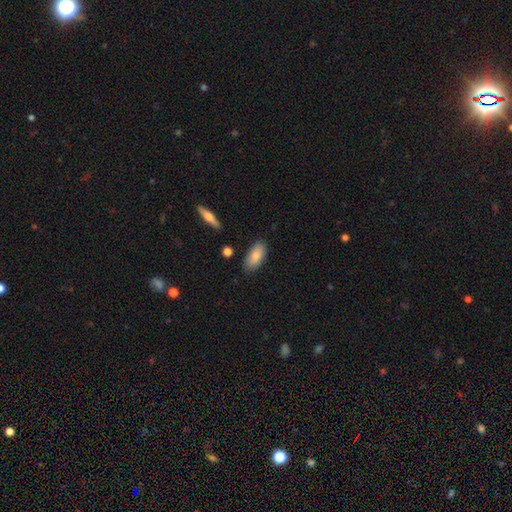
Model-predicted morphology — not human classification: Smooth or featured?
  - smooth: 83% *
  - featured or disk: 11%
  - star or artifact: 6%
How rounded?
  - in between: 88% *
  - cigar-shaped: 10%
  - round: 2%
Merging?
  - none: 83% *
  - minor disturbance: 13%
  - major disturbance: 2%
  - merger: 2%